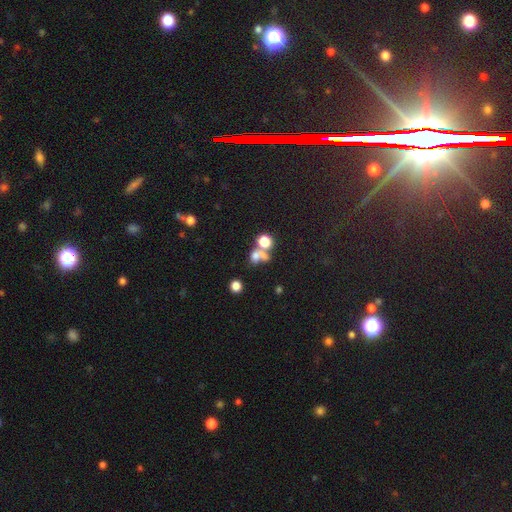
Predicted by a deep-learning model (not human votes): Smooth or featured? Predicted: smooth (p=0.65). How rounded? Predicted: round (p=0.64). Merging? Predicted: merger (p=0.53).